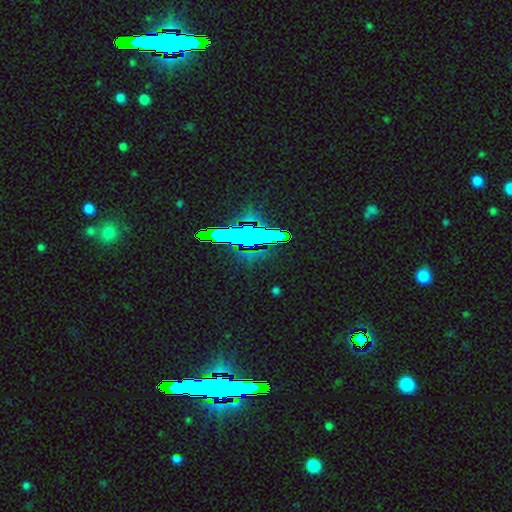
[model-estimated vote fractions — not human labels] smooth_or_featured: star or artifact (p=0.75) [alt: featured or disk p=0.13]